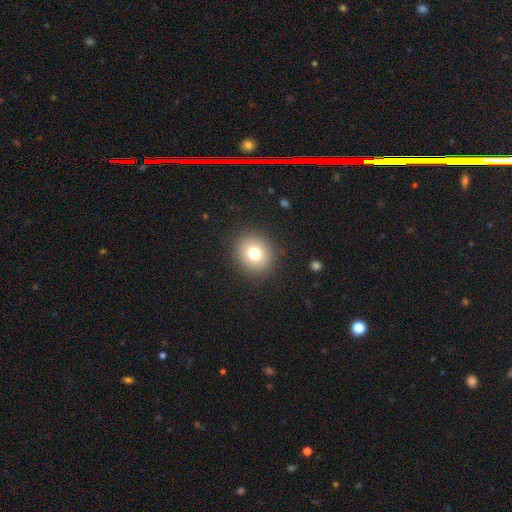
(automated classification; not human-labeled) Morphology: type=smooth (75%); roundness=round (86%); merging=none (91%).